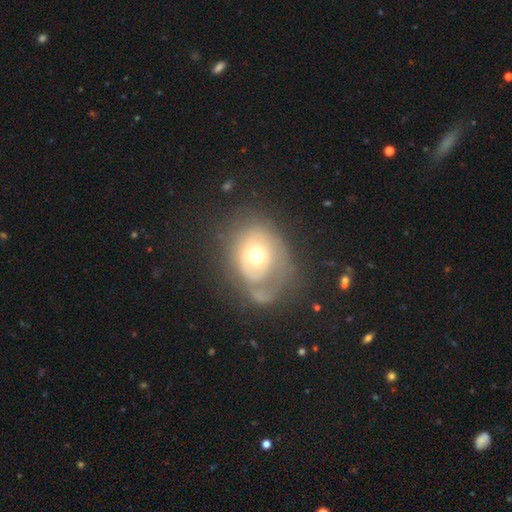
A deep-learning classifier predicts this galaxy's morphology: This is possibly a featured or disk galaxy (55%). It is clearly not viewed edge-on (95%). Bar: clearly no (86%). Spiral arm pattern: possibly no (55%). Central bulge: likely moderate (67%). Merging: marginally none (39%).